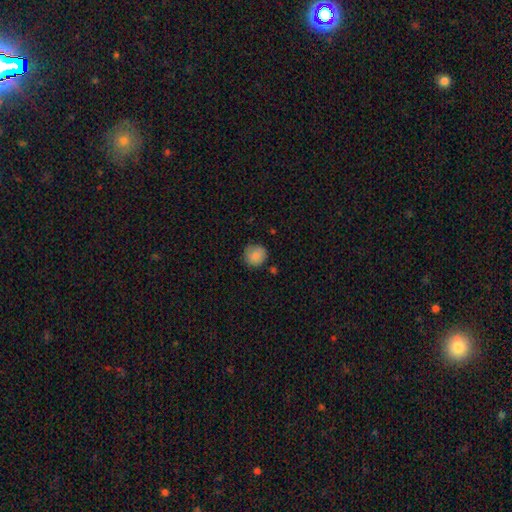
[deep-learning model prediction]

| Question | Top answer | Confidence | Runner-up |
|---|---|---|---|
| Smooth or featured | smooth | 85% | star or artifact (8%) |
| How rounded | round | 89% | in between (10%) |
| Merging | none | 77% | minor disturbance (17%) |